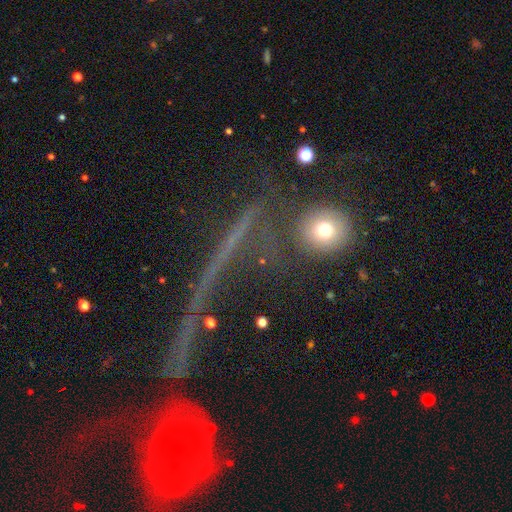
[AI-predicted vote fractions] Overall: featured or disk (35%; star or artifact 32%). Merging: none (68%).